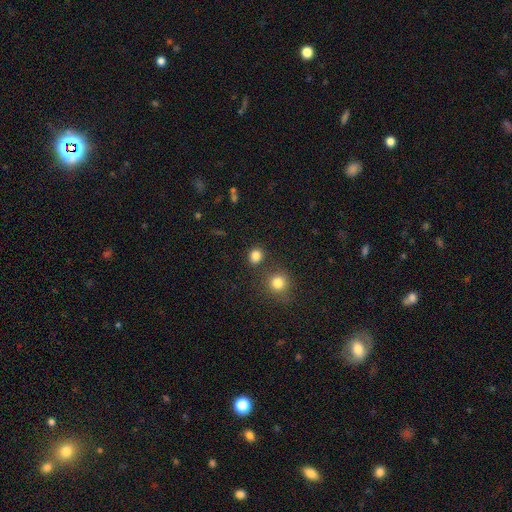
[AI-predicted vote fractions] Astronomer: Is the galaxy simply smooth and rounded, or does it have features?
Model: smooth — 83%.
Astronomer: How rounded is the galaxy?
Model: round — 70%.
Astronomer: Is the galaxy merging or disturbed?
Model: none — 79%.